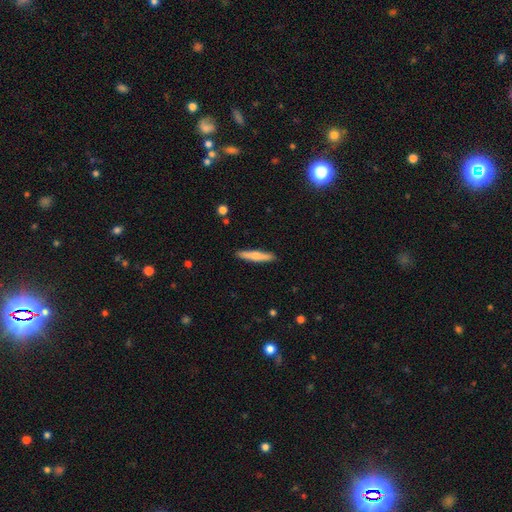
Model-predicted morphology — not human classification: Q: Smooth or featured?
A: smooth (61%); runner-up: featured or disk (33%)
Q: How rounded?
A: cigar-shaped (92%); runner-up: in between (7%)
Q: Merging?
A: none (90%); runner-up: minor disturbance (7%)